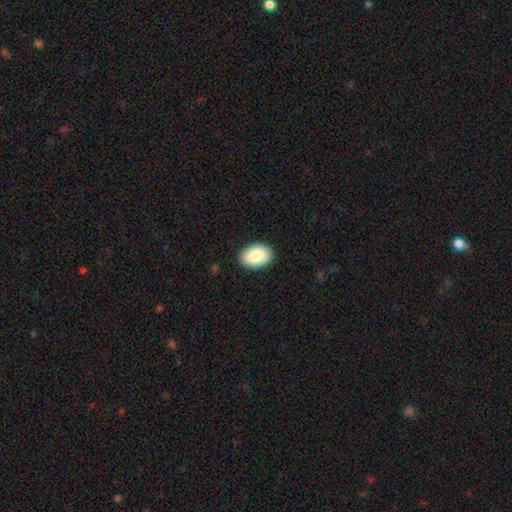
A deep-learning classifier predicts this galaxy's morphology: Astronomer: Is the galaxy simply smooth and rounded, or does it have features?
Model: smooth — 85%.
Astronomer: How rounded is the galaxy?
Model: in between — 88%.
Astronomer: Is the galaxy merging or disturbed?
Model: none — 88%.